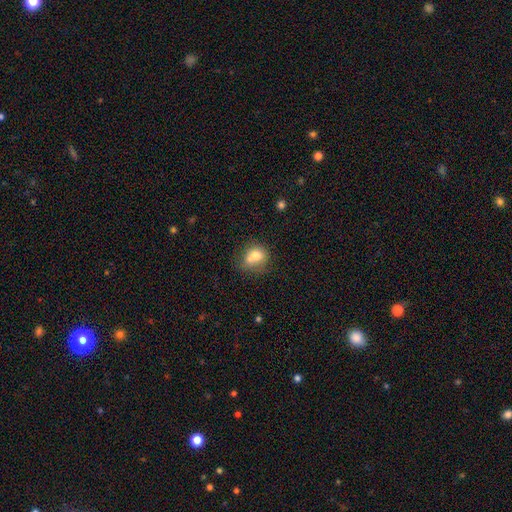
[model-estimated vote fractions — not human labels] This appears to be a smooth galaxy with no disk features (74%) that is round (71%). Merging: none (39%).